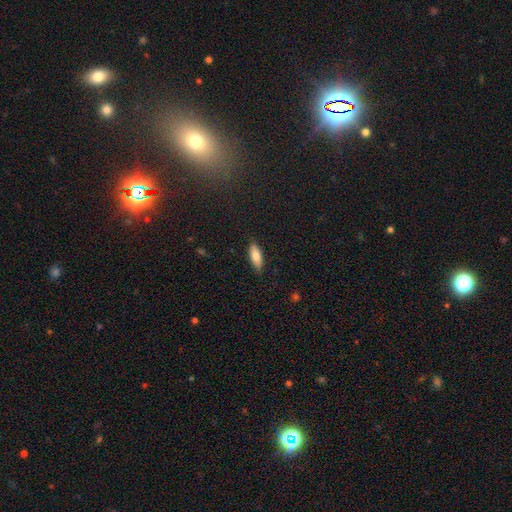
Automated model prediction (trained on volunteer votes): Q: Smooth or featured?
A: smooth (79%); runner-up: featured or disk (14%)
Q: How rounded?
A: in between (72%); runner-up: cigar-shaped (26%)
Q: Merging?
A: none (84%); runner-up: minor disturbance (13%)